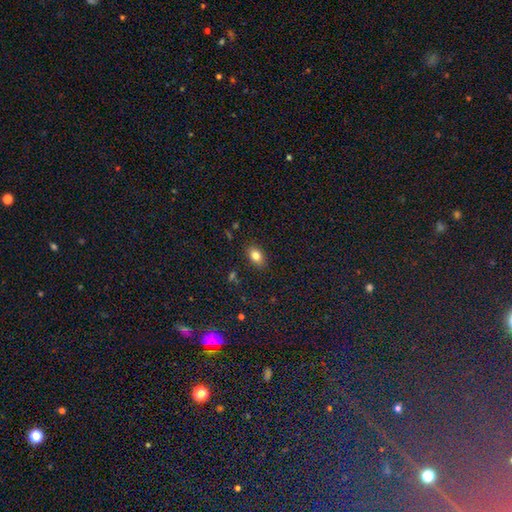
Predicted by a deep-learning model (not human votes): smooth_or_featured: smooth (p=0.81) [alt: star or artifact p=0.10]
how_rounded: in between (p=0.83) [alt: round p=0.15]
merging: none (p=0.86) [alt: minor disturbance p=0.10]